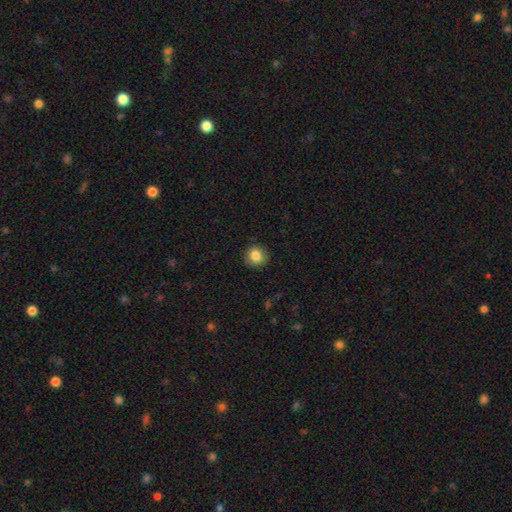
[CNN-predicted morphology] A smooth galaxy with no disk features (85%) that is round (88%).

Vote fractions:
- Smooth or featured? smooth: 85% / star or artifact: 9% / featured or disk: 6%
- How rounded? round: 88% / in between: 12% / cigar-shaped: 1%
- Merging? none: 90% / minor disturbance: 7% / major disturbance: 2% / merger: 1%